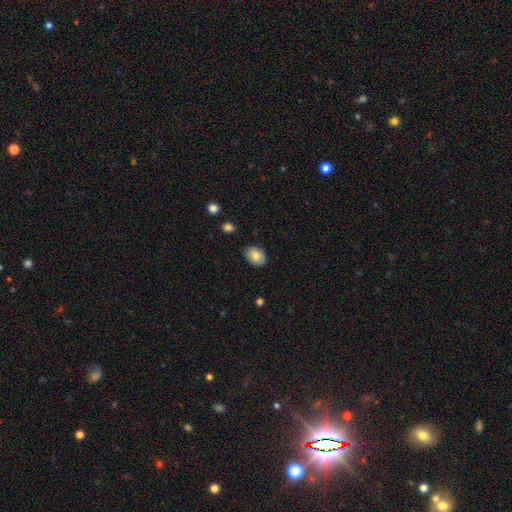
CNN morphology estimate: Smooth or featured?
  - smooth: 84% *
  - featured or disk: 9%
  - star or artifact: 8%
How rounded?
  - in between: 78% *
  - round: 21%
  - cigar-shaped: 1%
Merging?
  - none: 84% *
  - minor disturbance: 12%
  - major disturbance: 2%
  - merger: 1%